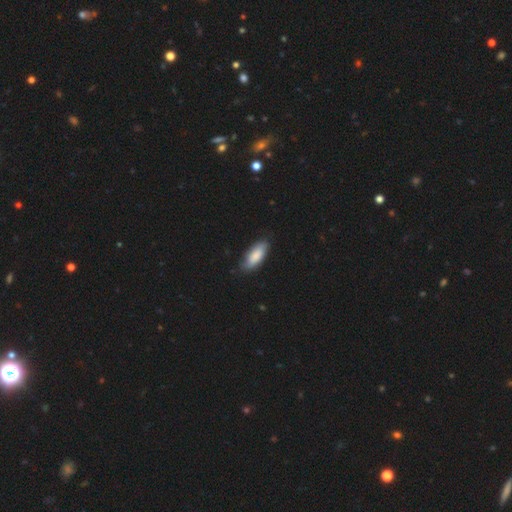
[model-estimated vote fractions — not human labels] smooth 82%, featured or disk 13%, star or artifact 5%. Down the decision tree: how rounded — in between (79%); merging — none (78%).